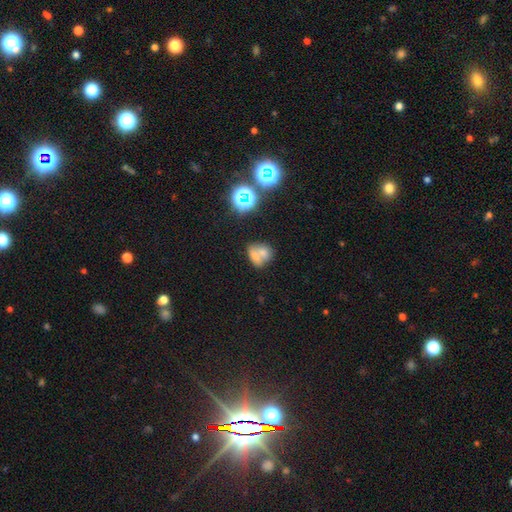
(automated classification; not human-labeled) Smooth or featured? Predicted: smooth (p=0.62). How rounded? Predicted: in between (p=0.51). Merging? Predicted: merger (p=0.59).